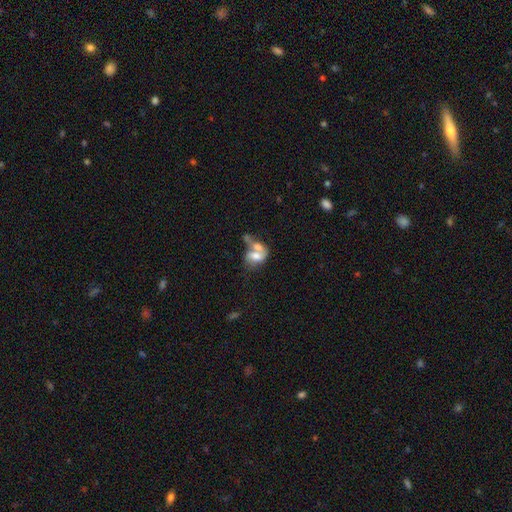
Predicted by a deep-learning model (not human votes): Smooth or featured?
  - smooth: 57% *
  - featured or disk: 34%
  - star or artifact: 9%
How rounded?
  - in between: 79% *
  - round: 18%
  - cigar-shaped: 2%
Merging?
  - merger: 65% *
  - none: 14%
  - major disturbance: 12%
  - minor disturbance: 9%